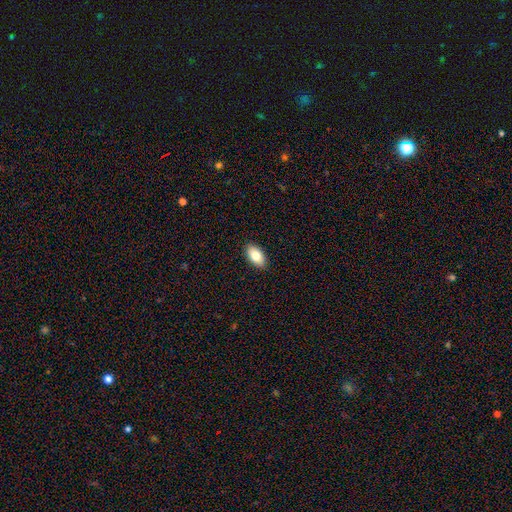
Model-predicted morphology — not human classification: This is clearly a smooth galaxy (81%). How rounded: clearly in between (94%). Merging: clearly none (90%).